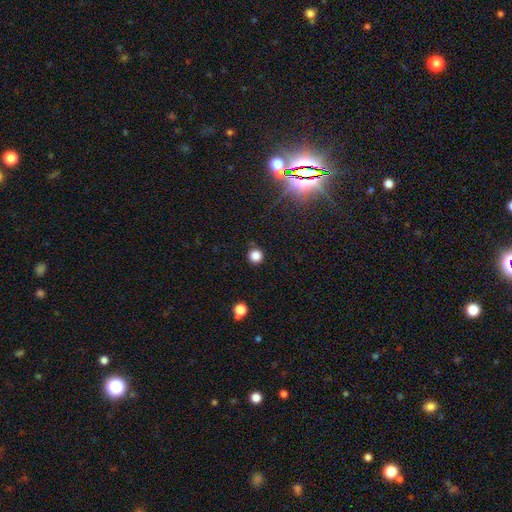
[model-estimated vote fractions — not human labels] Smooth or featured? smooth (82%)
How rounded? round (95%)
Merging? none (90%)